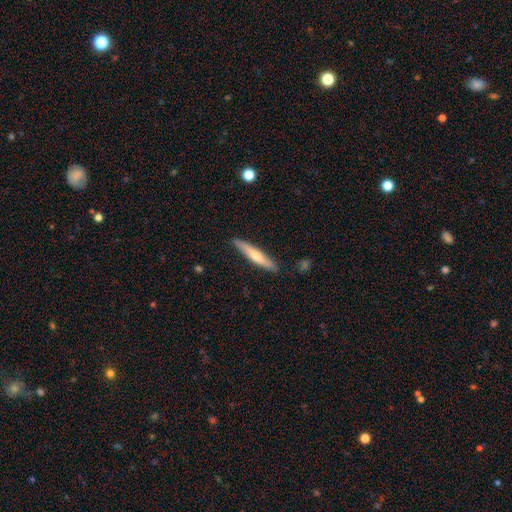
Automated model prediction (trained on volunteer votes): A smooth galaxy with no disk features (57%) that is cigar-shaped (91%).

Vote fractions:
- Smooth or featured? smooth: 57% / featured or disk: 37% / star or artifact: 5%
- How rounded? cigar-shaped: 91% / in between: 8% / round: 1%
- Merging? none: 88% / minor disturbance: 9% / major disturbance: 2% / merger: 1%